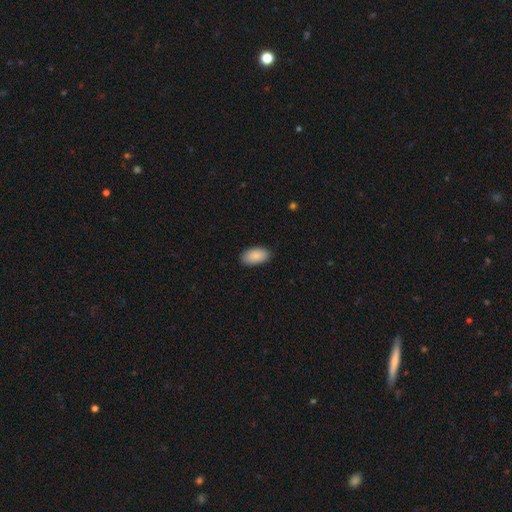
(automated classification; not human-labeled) smooth_or_featured: smooth (p=0.89) [alt: star or artifact p=0.07]
how_rounded: in between (p=0.95) [alt: round p=0.03]
merging: none (p=0.87) [alt: minor disturbance p=0.10]